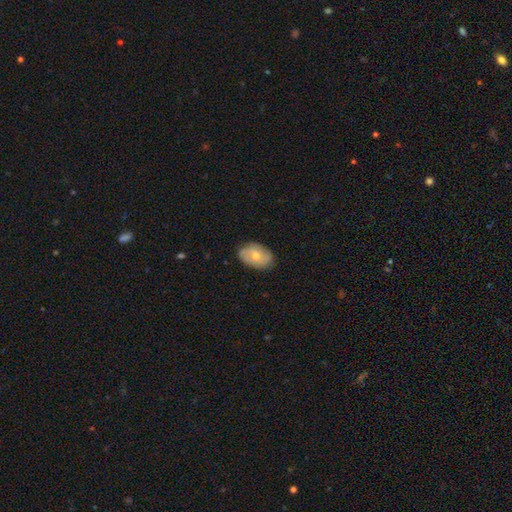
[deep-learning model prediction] A smooth galaxy with no disk features (60%) that is in between round and cigar-shaped (85%).

Vote fractions:
- Smooth or featured? smooth: 60% / featured or disk: 33% / star or artifact: 6%
- How rounded? in between: 85% / round: 14% / cigar-shaped: 1%
- Merging? none: 79% / minor disturbance: 17% / major disturbance: 3% / merger: 1%